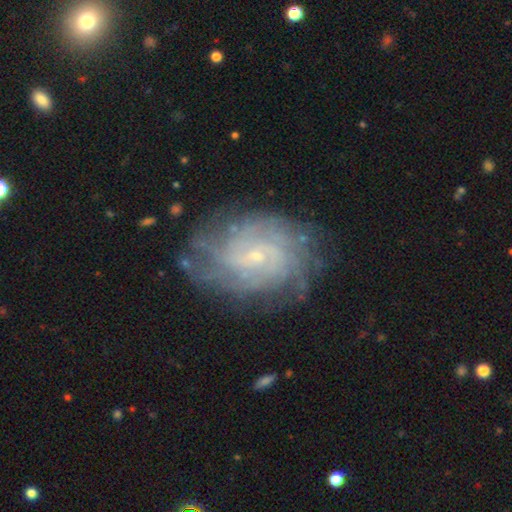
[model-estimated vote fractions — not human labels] The model was most divided on "bar": no: 56%, weak: 38%, strong: 7%. Remaining: edge-on disk — no (97%); spiral arms — yes (94%); smooth or featured — featured or disk (83%); bulge size — small (83%); merging — none (75%); spiral winding — tight (66%); spiral arm count — can't tell (42%).